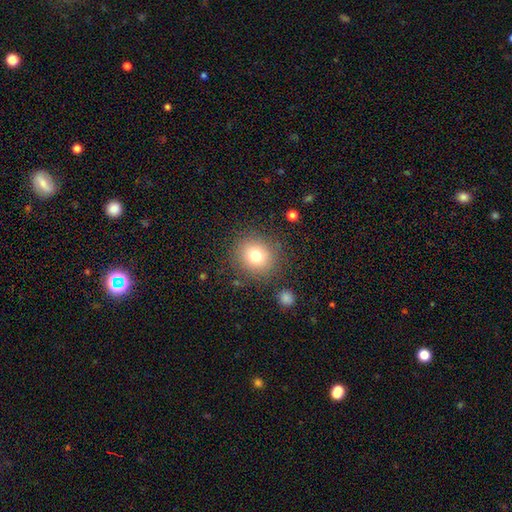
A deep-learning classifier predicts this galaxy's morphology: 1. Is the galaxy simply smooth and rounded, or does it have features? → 78% smooth, 12% star or artifact, 10% featured or disk.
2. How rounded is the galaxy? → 86% round, 13% in between, 1% cigar-shaped.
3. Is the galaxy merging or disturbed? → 85% none, 9% minor disturbance, 4% major disturbance, 3% merger.